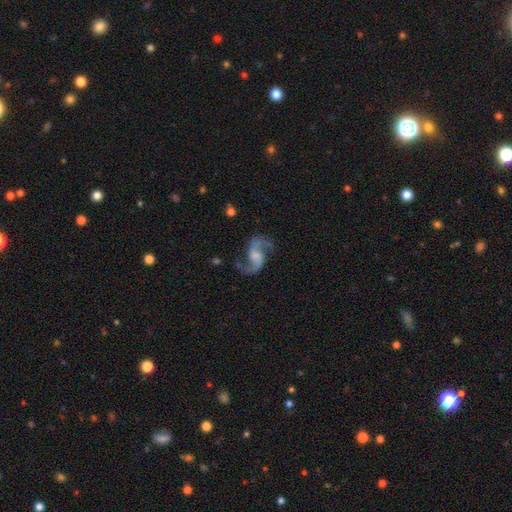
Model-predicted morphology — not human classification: A featured or disk galaxy (90%) with no bar (45%), 2 (94%) loose (66%) spiral arms (97%) and a moderate central bulge (35%).

Vote fractions:
- Smooth or featured? featured or disk: 90% / star or artifact: 5% / smooth: 5%
- Edge-on disk? no: 98% / yes: 2%
- Bar? no: 45% / weak: 43% / strong: 11%
- Spiral arms? yes: 97% / no: 3%
- Spiral winding? loose: 66% / medium: 29% / tight: 4%
- Spiral arm count? 2: 94% / 1: 2% / can't tell: 1% / 3: 1% / 4: 1% / more than 4: 1%
- Bulge size? moderate: 35% / small: 30% / none: 23% / large: 11% / dominant: 2%
- Merging? none: 75% / minor disturbance: 14% / major disturbance: 8% / merger: 2%